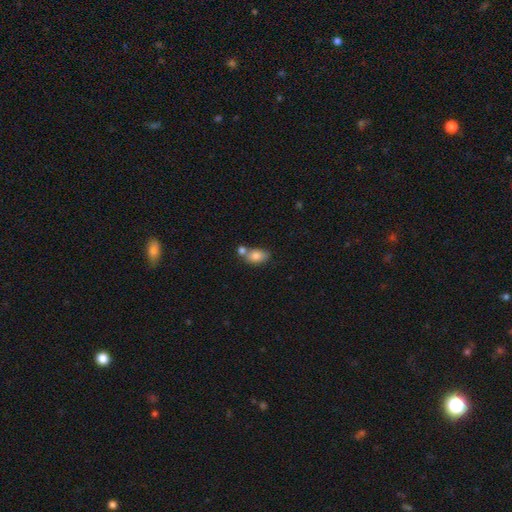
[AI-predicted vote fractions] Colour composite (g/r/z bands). It shows a smooth galaxy with no disk features (82%) that is in between round and cigar-shaped (84%). Merging: none (42%).